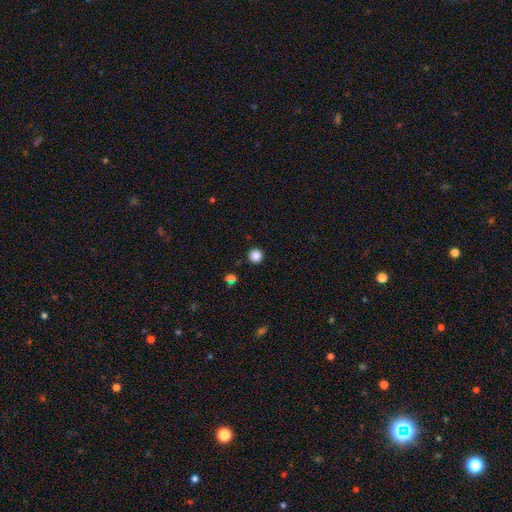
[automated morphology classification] This appears to be a smooth galaxy with no disk features (86%) that is round (96%). Merging: none (93%).